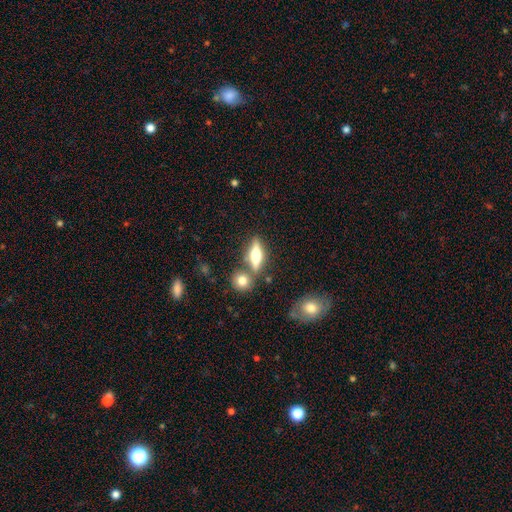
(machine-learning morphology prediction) A featured or disk galaxy (51%) viewed edge-on (91%).

Vote fractions:
- Smooth or featured? featured or disk: 51% / smooth: 41% / star or artifact: 8%
- Edge-on disk? yes: 91% / no: 9%
- Merging? none: 69% / merger: 17% / minor disturbance: 10% / major disturbance: 4%